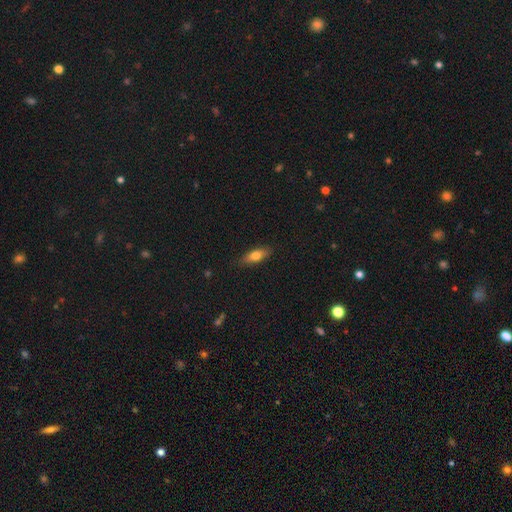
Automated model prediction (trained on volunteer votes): smooth-or-featured: smooth: 71% | featured or disk: 22% | star or artifact: 7%
  how-rounded: in between: 65% | cigar-shaped: 32% | round: 3%
  merging: none: 85% | minor disturbance: 12% | major disturbance: 2% | merger: 1%